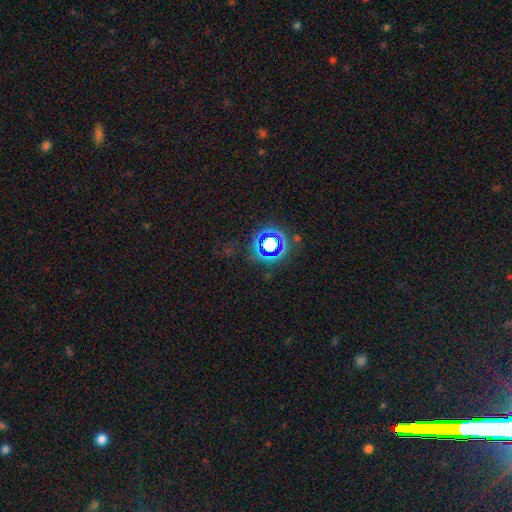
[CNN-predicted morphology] Overall: star or artifact (60%; smooth 32%).